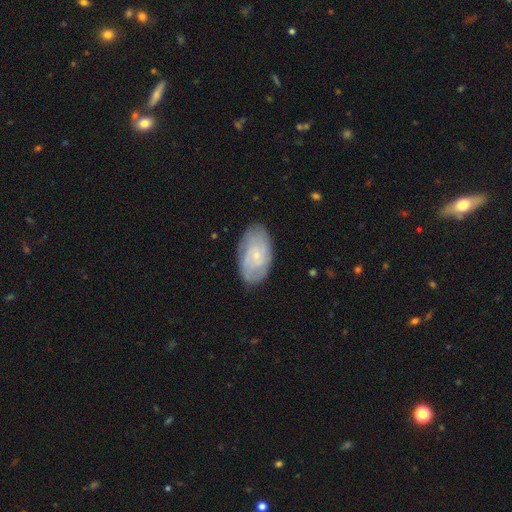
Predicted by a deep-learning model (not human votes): smooth_or_featured: featured or disk (p=0.59) [alt: smooth p=0.34]
disk_edge_on: no (p=0.95) [alt: yes p=0.05]
bar: no (p=0.73) [alt: weak p=0.24]
has_spiral_arms: yes (p=0.83) [alt: no p=0.17]
bulge_size: small (p=0.79) [alt: moderate p=0.14]
merging: none (p=0.78) [alt: minor disturbance p=0.16]